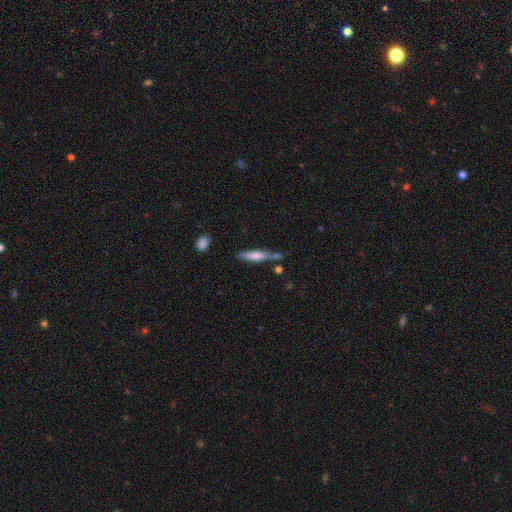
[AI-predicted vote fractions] Smooth or featured? Predicted: smooth (p=0.63). How rounded? Predicted: cigar-shaped (p=0.80). Merging? Predicted: none (p=0.54).